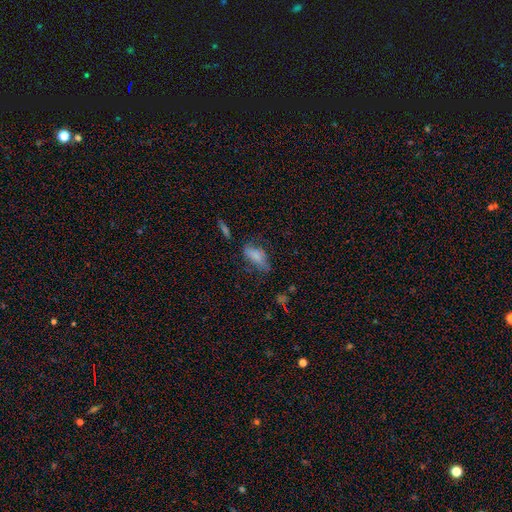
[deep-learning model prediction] Smooth or featured: smooth — 72% (featured or disk — 17%)
How rounded: in between — 85% (cigar-shaped — 11%)
Merging: none — 43% (minor disturbance — 32%)